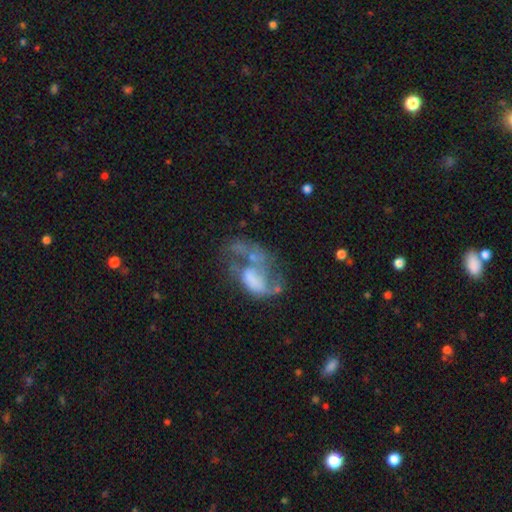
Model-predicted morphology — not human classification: A featured or disk galaxy (60%) with no bar (77%), no spiral arms (62%) and no central bulge (54%).

Vote fractions:
- Smooth or featured? featured or disk: 60% / smooth: 28% / star or artifact: 12%
- Edge-on disk? no: 97% / yes: 3%
- Bar? no: 77% / weak: 18% / strong: 6%
- Spiral arms? no: 62% / yes: 38%
- Bulge size? none: 54% / moderate: 17% / large: 13% / small: 13% / dominant: 3%
- Merging? major disturbance: 44% / merger: 24% / none: 19% / minor disturbance: 13%